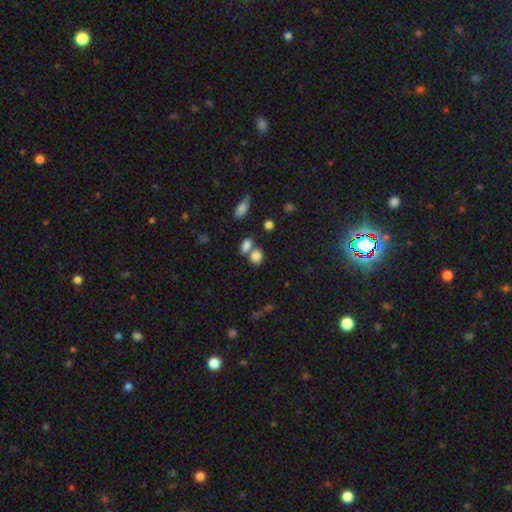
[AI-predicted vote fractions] Smooth or featured? smooth (82%)
How rounded? in between (58%)
Merging? none (46%)